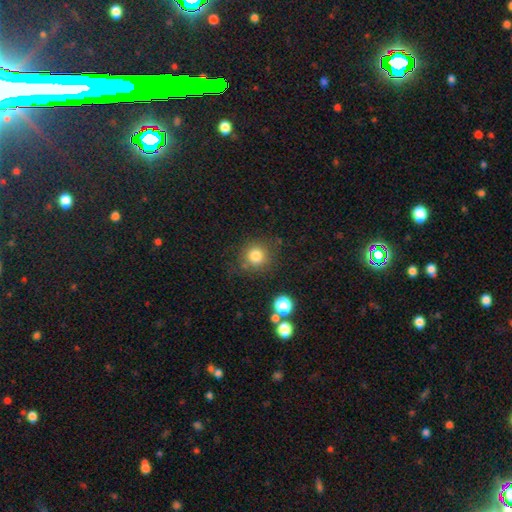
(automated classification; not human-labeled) The model was most divided on "merging": none: 77%, minor disturbance: 12%, major disturbance: 5%, merger: 5%. More confident: how rounded — round (90%); smooth or featured — smooth (81%).